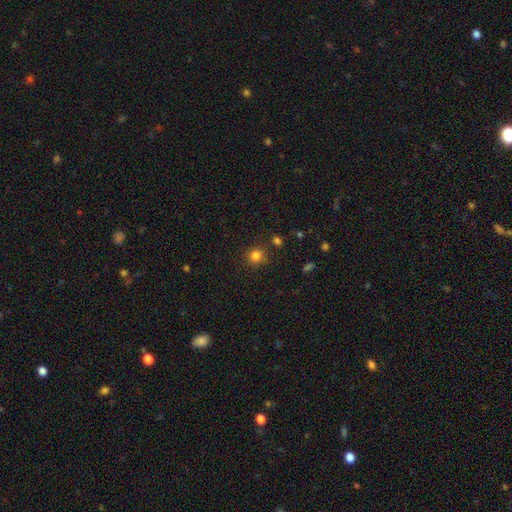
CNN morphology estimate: smooth-or-featured: smooth: 81% | star or artifact: 14% | featured or disk: 5%
  how-rounded: round: 89% | in between: 10% | cigar-shaped: 1%
  merging: none: 83% | minor disturbance: 10% | merger: 4% | major disturbance: 3%